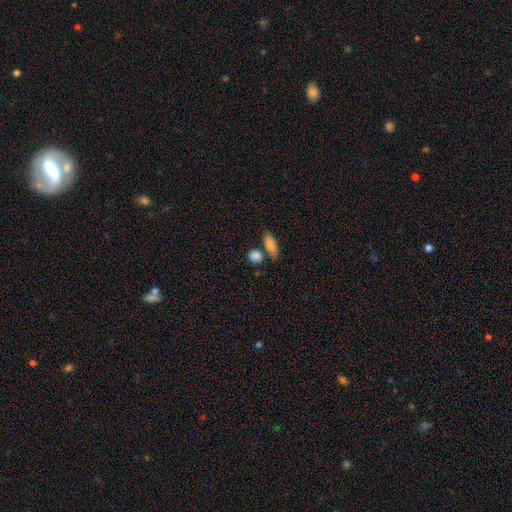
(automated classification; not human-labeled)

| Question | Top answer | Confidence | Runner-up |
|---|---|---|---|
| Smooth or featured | smooth | 86% | star or artifact (8%) |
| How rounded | round | 54% | in between (42%) |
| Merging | none | 65% | merger (19%) |